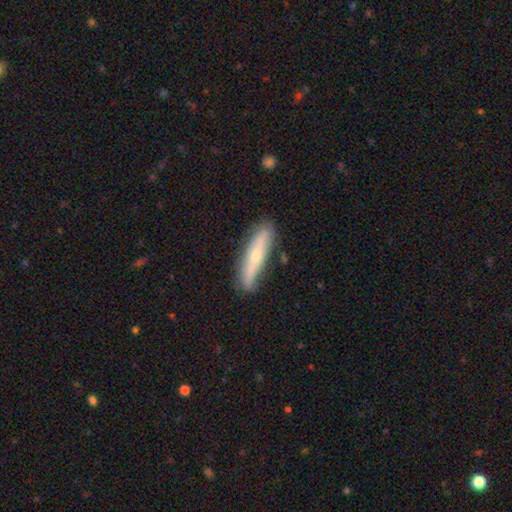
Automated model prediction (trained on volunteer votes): A featured or disk galaxy (47%, tied with smooth).

Vote fractions:
- Smooth or featured? featured or disk: 47% (tied) / smooth: 47% (tied) / star or artifact: 6%
- Merging? none: 75% / minor disturbance: 18% / major disturbance: 4% / merger: 2%